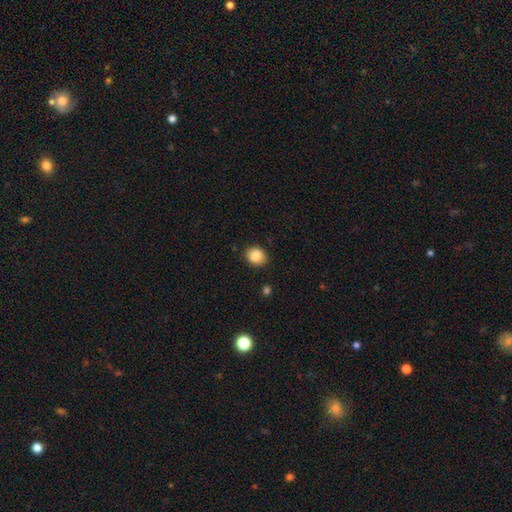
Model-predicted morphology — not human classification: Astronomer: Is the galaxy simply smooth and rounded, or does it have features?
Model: smooth — 87%.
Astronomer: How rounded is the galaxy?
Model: round — 62%.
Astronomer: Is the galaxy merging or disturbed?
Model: none — 85%.